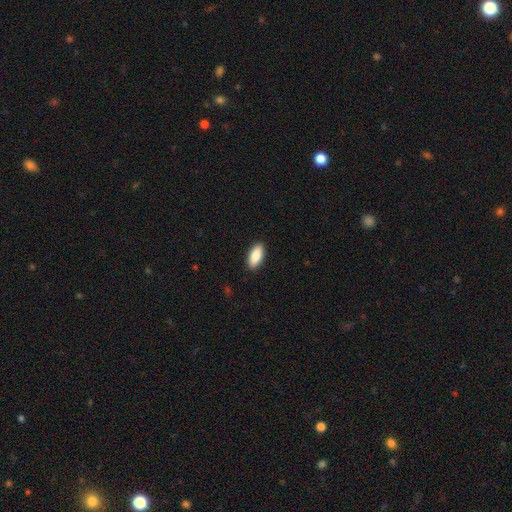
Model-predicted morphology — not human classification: The model was most divided on "how rounded": in between: 86%, cigar-shaped: 12%, round: 2%. More confident: merging — none (90%); smooth or featured — smooth (88%).